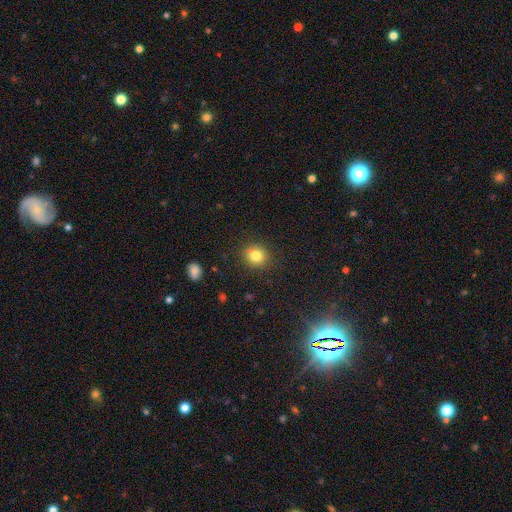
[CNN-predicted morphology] smooth_or_featured: smooth (p=0.81) [alt: star or artifact p=0.12]
how_rounded: round (p=0.84) [alt: in between p=0.15]
merging: none (p=0.87) [alt: minor disturbance p=0.09]